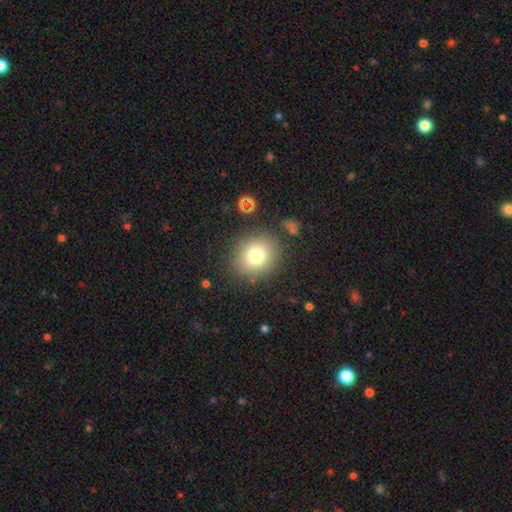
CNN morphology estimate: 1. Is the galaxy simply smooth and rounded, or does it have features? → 76% smooth, 13% star or artifact, 10% featured or disk.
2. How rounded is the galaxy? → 81% round, 18% in between, 1% cigar-shaped.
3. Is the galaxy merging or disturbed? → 84% none, 9% minor disturbance, 4% major disturbance, 3% merger.